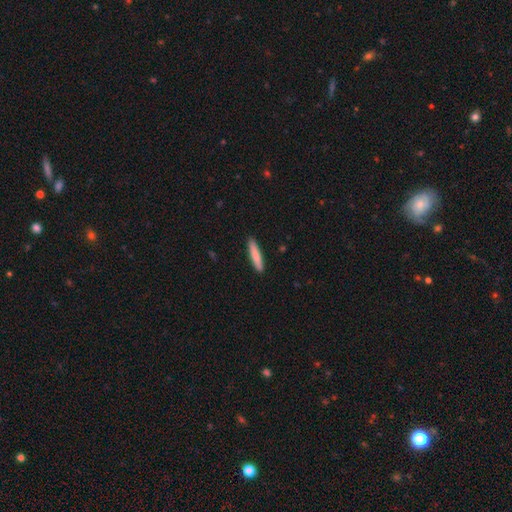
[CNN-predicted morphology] Smooth or featured? Predicted: smooth (p=0.83). How rounded? Predicted: cigar-shaped (p=0.90). Merging? Predicted: none (p=0.91).